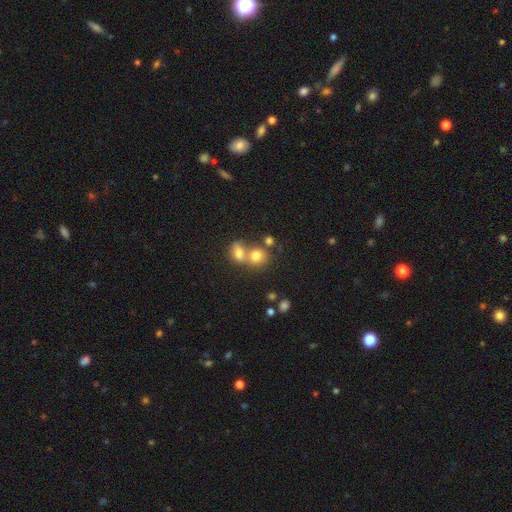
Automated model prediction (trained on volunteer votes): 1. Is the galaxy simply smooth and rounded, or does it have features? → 75% smooth, 13% featured or disk, 12% star or artifact.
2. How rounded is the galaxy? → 68% round, 31% in between, 1% cigar-shaped.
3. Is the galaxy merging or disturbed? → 56% merger, 34% none, 7% minor disturbance, 4% major disturbance.